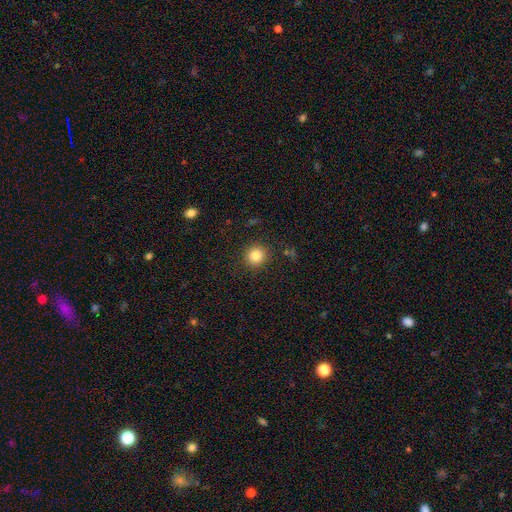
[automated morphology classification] Smooth or featured? Predicted: smooth (p=0.84). How rounded? Predicted: round (p=0.92). Merging? Predicted: none (p=0.89).